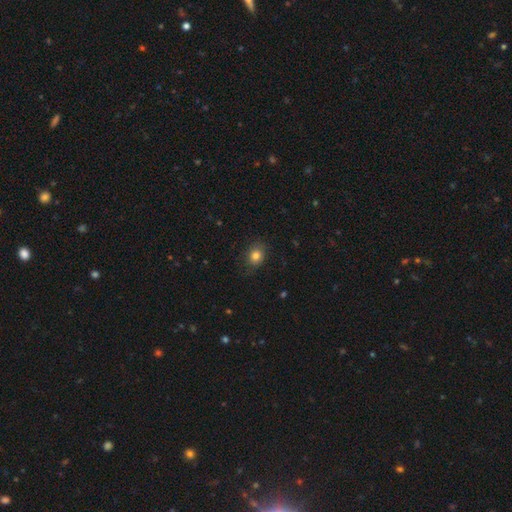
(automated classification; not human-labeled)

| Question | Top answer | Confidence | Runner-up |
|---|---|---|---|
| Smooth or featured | smooth | 82% | star or artifact (11%) |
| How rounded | round | 52% | in between (47%) |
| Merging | none | 80% | minor disturbance (15%) |